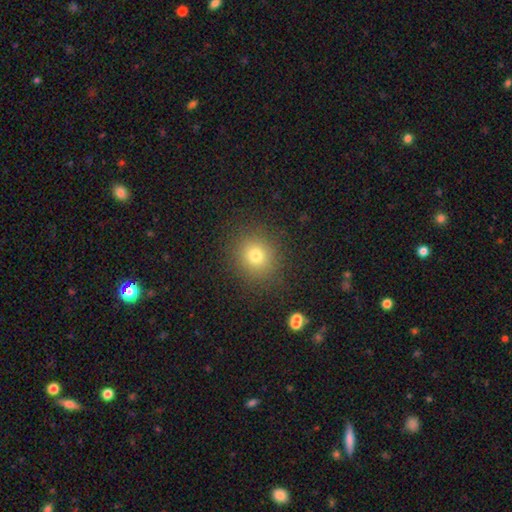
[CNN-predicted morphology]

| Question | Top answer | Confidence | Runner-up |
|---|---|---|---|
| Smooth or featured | smooth | 76% | star or artifact (15%) |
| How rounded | round | 83% | in between (16%) |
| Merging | none | 88% | minor disturbance (8%) |